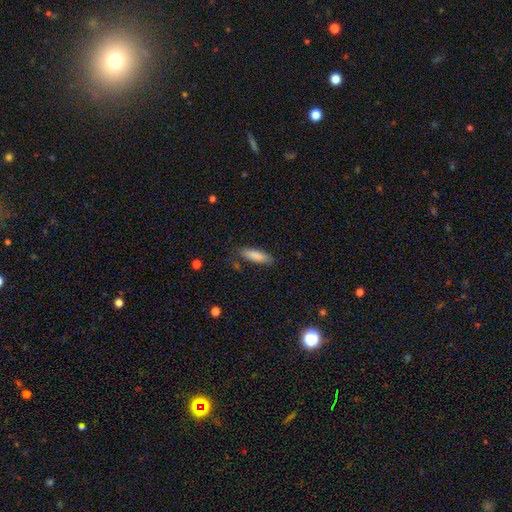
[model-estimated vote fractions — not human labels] Q: Smooth or featured?
A: smooth (86%); runner-up: featured or disk (8%)
Q: How rounded?
A: cigar-shaped (51%); runner-up: in between (47%)
Q: Merging?
A: none (81%); runner-up: minor disturbance (14%)